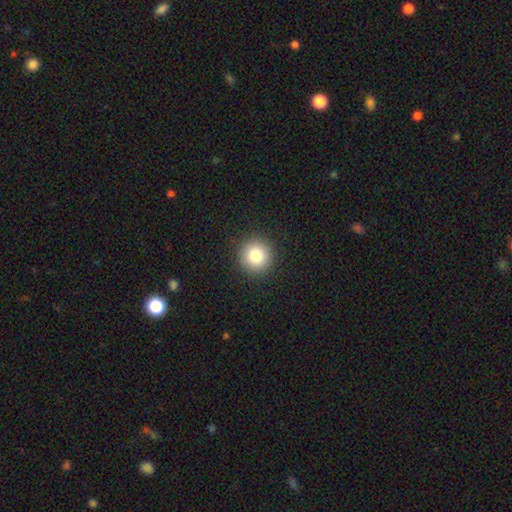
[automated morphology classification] This appears to be a smooth galaxy with no disk features (84%) that is round (94%). Merging: none (92%).